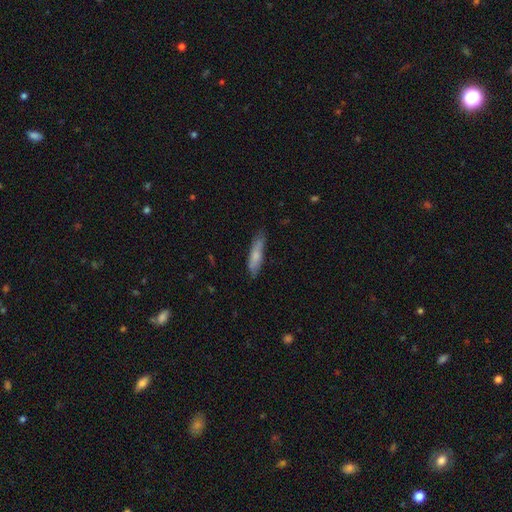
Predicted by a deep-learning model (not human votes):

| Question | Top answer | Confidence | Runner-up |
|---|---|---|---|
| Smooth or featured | smooth | 69% | featured or disk (25%) |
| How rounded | cigar-shaped | 76% | in between (22%) |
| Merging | none | 75% | minor disturbance (19%) |